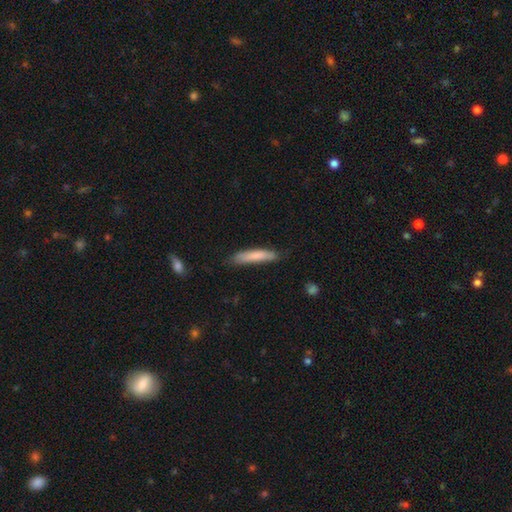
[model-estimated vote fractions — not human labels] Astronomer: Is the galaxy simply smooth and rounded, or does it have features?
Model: smooth — 79%.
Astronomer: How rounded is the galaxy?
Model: cigar-shaped — 89%.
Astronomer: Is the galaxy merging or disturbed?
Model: none — 76%.